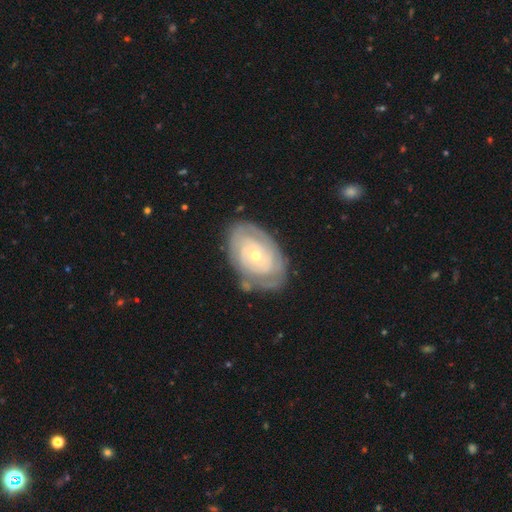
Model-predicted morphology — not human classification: smooth-or-featured: featured or disk: 74% | smooth: 21% | star or artifact: 5%
  disk-edge-on: no: 95% | yes: 5%
    bar: no: 85% | weak: 12% | strong: 3%
    has-spiral-arms: yes: 69% | no: 31%
    bulge-size: small: 65% | moderate: 32% | large: 2% | dominant: 1% | none: 1%
  merging: none: 70% | minor disturbance: 19% | major disturbance: 7% | merger: 3%